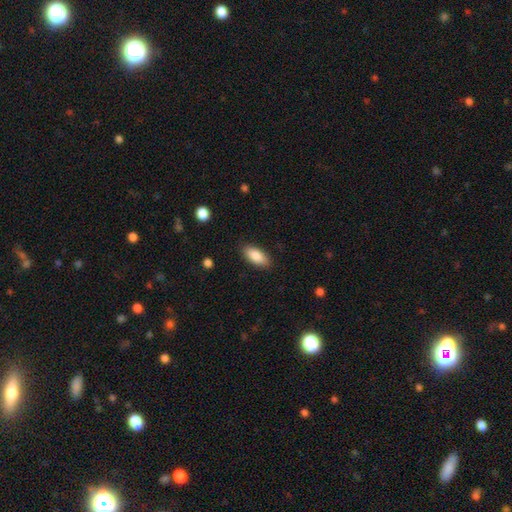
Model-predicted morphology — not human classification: Q: Smooth or featured?
A: smooth (87%); runner-up: featured or disk (7%)
Q: How rounded?
A: in between (87%); runner-up: cigar-shaped (10%)
Q: Merging?
A: none (87%); runner-up: minor disturbance (10%)